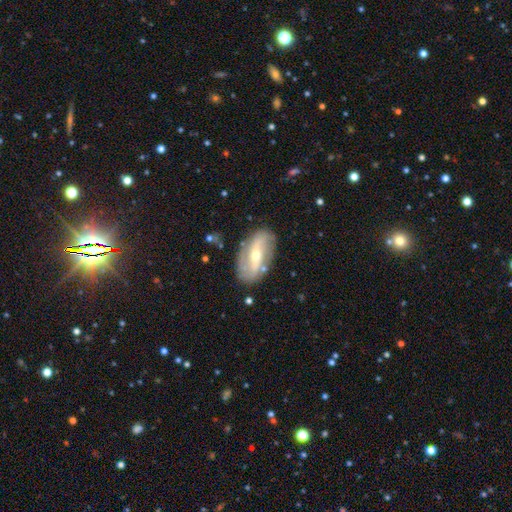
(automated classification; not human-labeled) smooth_or_featured: featured or disk (p=0.75) [alt: smooth p=0.19]
disk_edge_on: no (p=0.90) [alt: yes p=0.10]
bar: strong (p=0.43) [alt: weak p=0.33]
has_spiral_arms: yes (p=0.79) [alt: no p=0.21]
spiral_winding: loose (p=0.46) [alt: medium p=0.32]
spiral_arm_count: 2 (p=0.82) [alt: can't tell p=0.11]
bulge_size: moderate (p=0.50) [alt: small p=0.47]
merging: none (p=0.80) [alt: minor disturbance p=0.13]